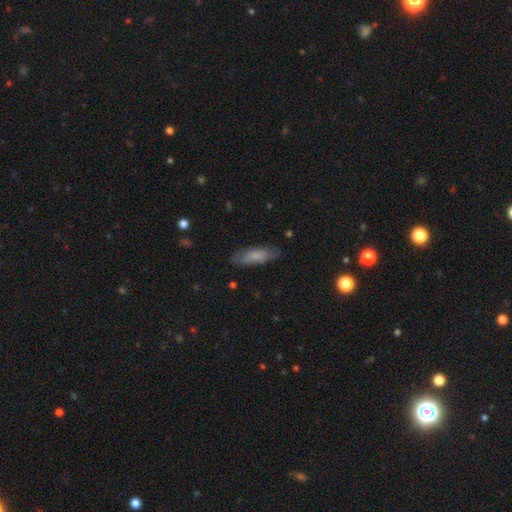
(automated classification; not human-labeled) Q: Smooth or featured?
A: smooth (69%); runner-up: featured or disk (25%)
Q: How rounded?
A: in between (52%); runner-up: cigar-shaped (46%)
Q: Merging?
A: none (78%); runner-up: minor disturbance (17%)